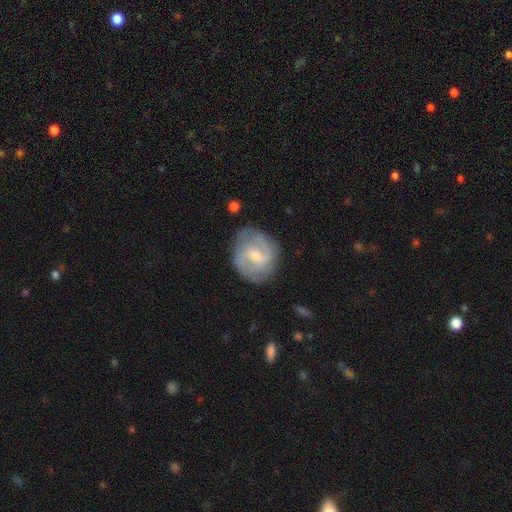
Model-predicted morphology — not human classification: featured or disk 77%, smooth 18%, star or artifact 5%. Down the decision tree: edge-on disk — no (98%); bar — weak (48%); spiral arms — yes (92%); spiral arm count — 2 (54%); spiral winding — medium (46%); bulge size — small (53%); merging — none (76%).